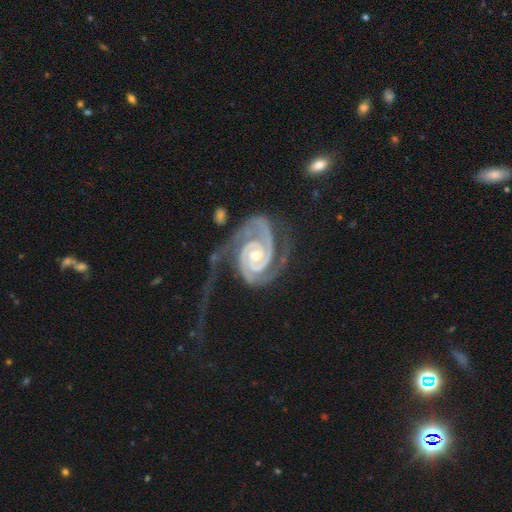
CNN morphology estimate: Smooth or featured? featured or disk (94%)
Edge-on disk? no (98%)
Bar? no (58%)
Spiral arms? yes (99%)
Spiral winding? tight (70%)
Spiral arm count? 2 (79%)
Bulge size? moderate (52%)
Merging? none (45%)